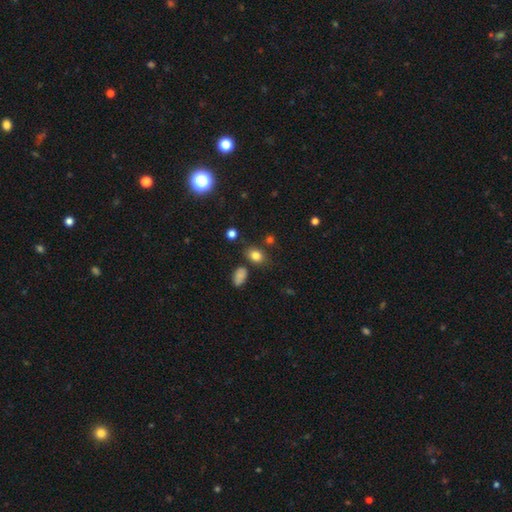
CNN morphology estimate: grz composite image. It shows a smooth galaxy with no disk features (80%) that is in between round and cigar-shaped (58%). Merging: none (75%).